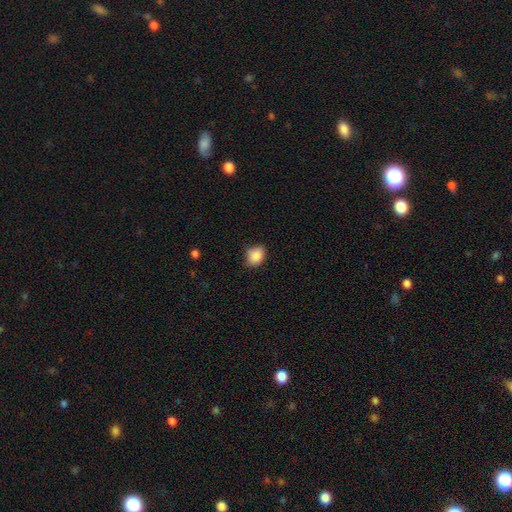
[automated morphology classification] Q: Smooth or featured?
A: smooth (87%); runner-up: star or artifact (8%)
Q: How rounded?
A: in between (56%); runner-up: round (43%)
Q: Merging?
A: none (76%); runner-up: minor disturbance (20%)